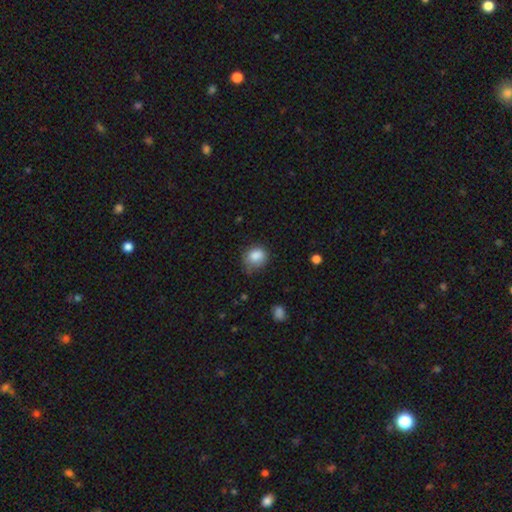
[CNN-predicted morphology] Smooth or featured: smooth — 85% (star or artifact — 9%)
How rounded: round — 68% (in between — 31%)
Merging: none — 57% (minor disturbance — 32%)